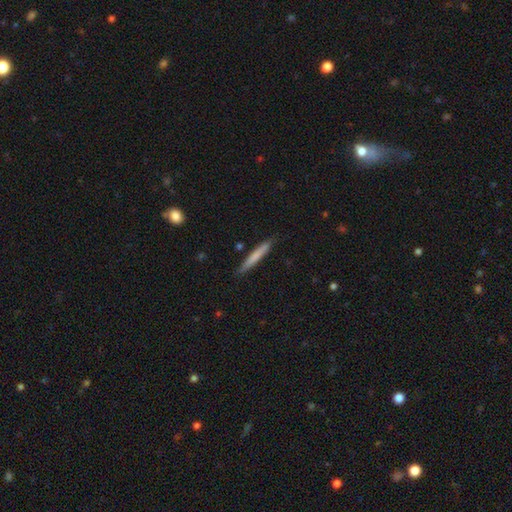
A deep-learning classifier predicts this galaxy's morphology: A smooth galaxy with no disk features (70%) that is cigar-shaped (96%). Merging: none (87%).